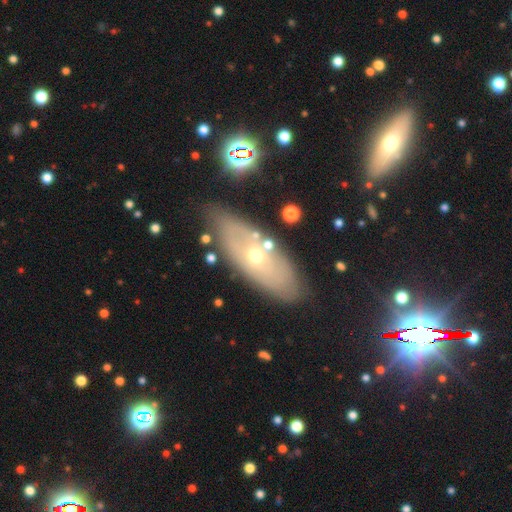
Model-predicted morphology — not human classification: Q: Smooth or featured?
A: featured or disk (47%); runner-up: smooth (41%)
Q: Merging?
A: none (77%); runner-up: minor disturbance (14%)